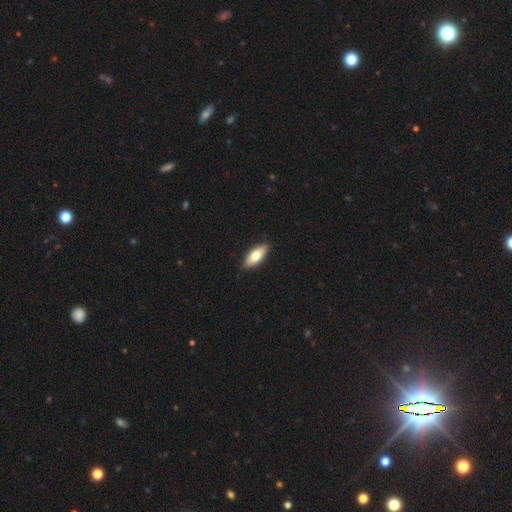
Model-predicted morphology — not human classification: Smooth or featured? Predicted: smooth (p=0.67). How rounded? Predicted: in between (p=0.74). Merging? Predicted: none (p=0.88).